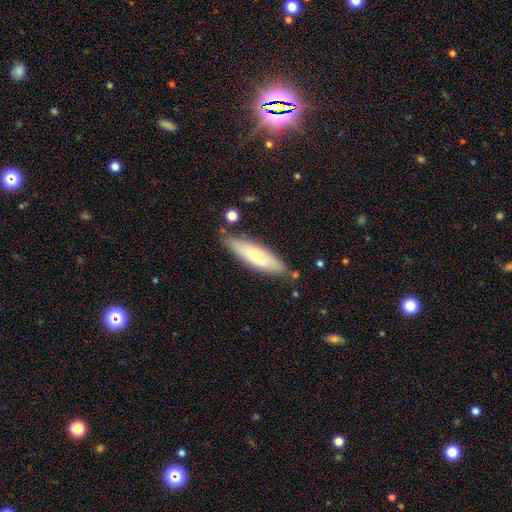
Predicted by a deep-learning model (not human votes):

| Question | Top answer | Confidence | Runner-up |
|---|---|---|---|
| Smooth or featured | smooth | 65% | featured or disk (29%) |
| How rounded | cigar-shaped | 65% | in between (33%) |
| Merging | none | 79% | minor disturbance (15%) |